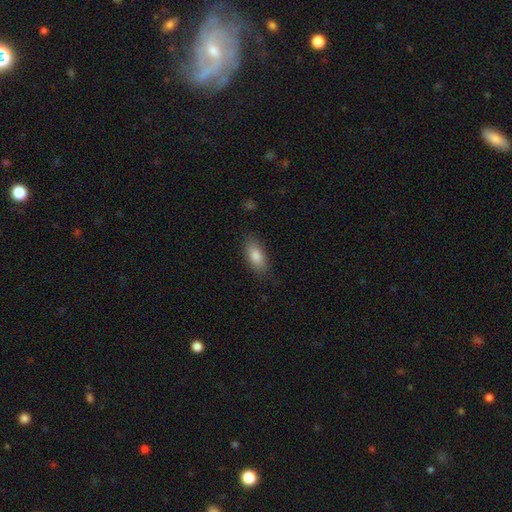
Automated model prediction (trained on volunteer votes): Smooth or featured: smooth — 85% (featured or disk — 8%)
How rounded: in between — 86% (cigar-shaped — 11%)
Merging: none — 84% (minor disturbance — 12%)